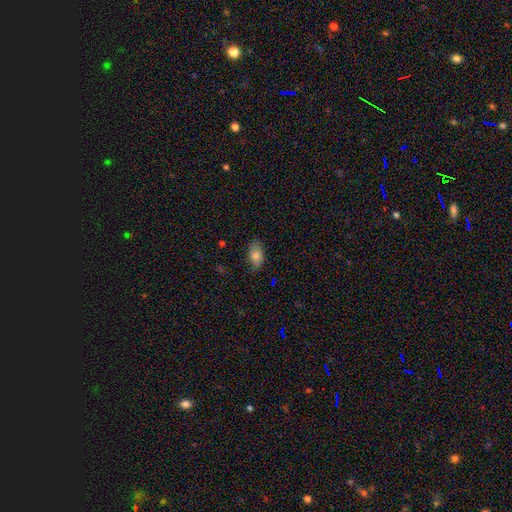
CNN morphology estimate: Smooth or featured?
  - smooth: 79% *
  - featured or disk: 13%
  - star or artifact: 8%
How rounded?
  - in between: 91% *
  - round: 6%
  - cigar-shaped: 3%
Merging?
  - none: 76% *
  - minor disturbance: 19%
  - major disturbance: 4%
  - merger: 1%